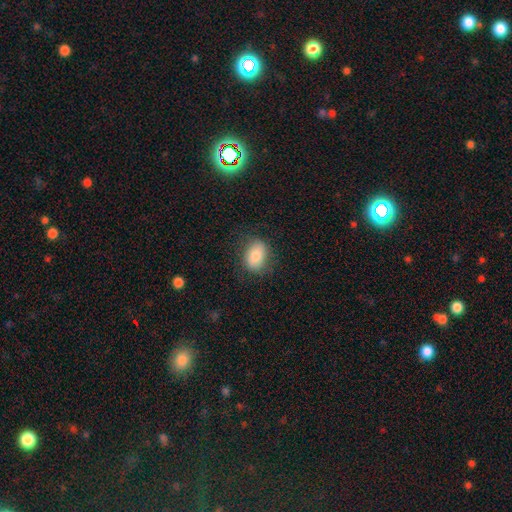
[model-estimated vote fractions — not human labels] A smooth galaxy with no disk features (81%) that is in between round and cigar-shaped (74%). Merging: none (79%).